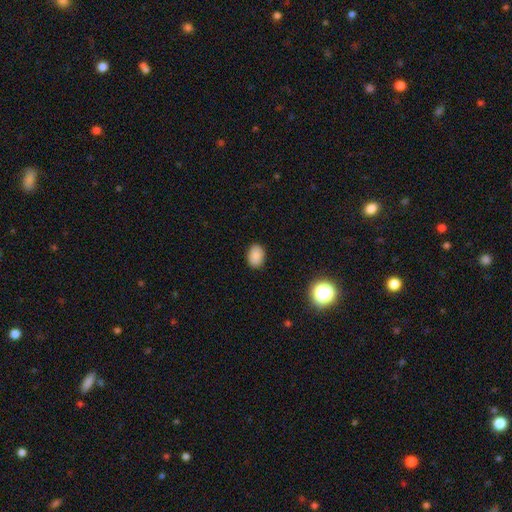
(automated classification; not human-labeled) Smooth or featured: smooth — 87% (star or artifact — 10%)
How rounded: in between — 76% (round — 23%)
Merging: none — 88% (minor disturbance — 9%)